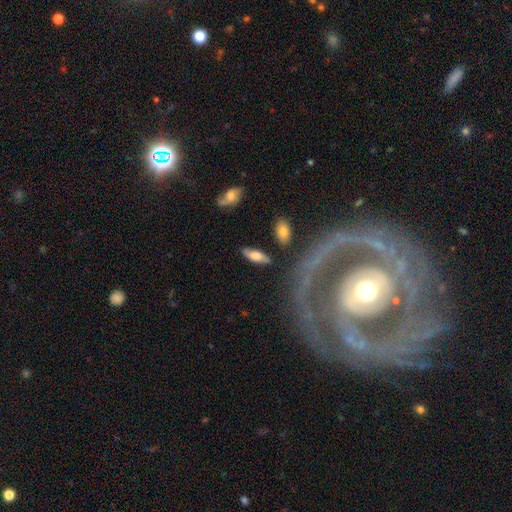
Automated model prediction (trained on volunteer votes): Smooth or featured? smooth (62%)
How rounded? in between (62%)
Merging? none (81%)